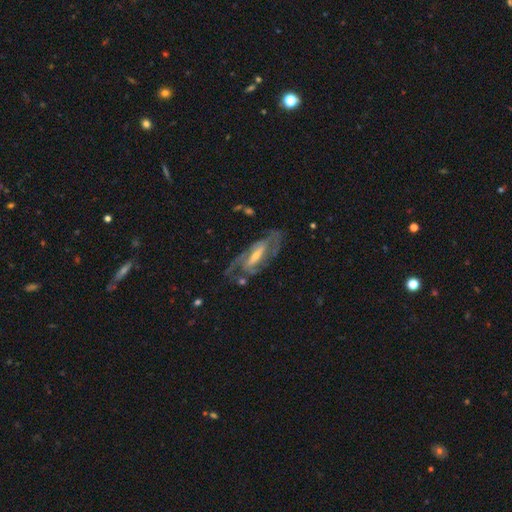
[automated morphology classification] Q: Smooth or featured?
A: featured or disk (87%); runner-up: smooth (8%)
Q: Edge-on disk?
A: no (92%); runner-up: yes (8%)
Q: Bar?
A: strong (51%); runner-up: weak (35%)
Q: Spiral arms?
A: yes (94%); runner-up: no (6%)
Q: Spiral winding?
A: medium (49%); runner-up: tight (37%)
Q: Spiral arm count?
A: 2 (82%); runner-up: can't tell (8%)
Q: Bulge size?
A: small (52%); runner-up: moderate (39%)
Q: Merging?
A: none (68%); runner-up: minor disturbance (17%)